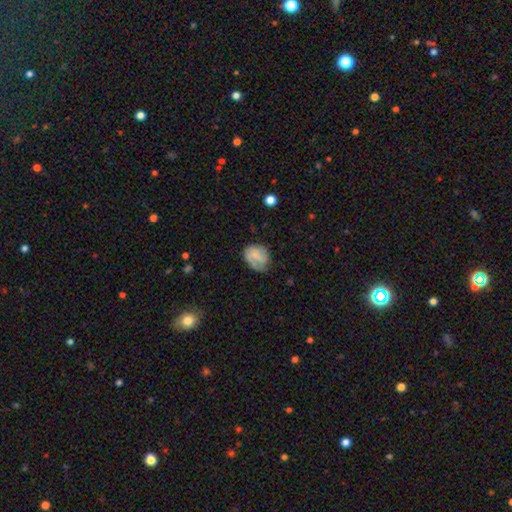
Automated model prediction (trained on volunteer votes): Smooth or featured?
  - smooth: 62% *
  - featured or disk: 29%
  - star or artifact: 8%
How rounded?
  - in between: 53% *
  - round: 46%
  - cigar-shaped: 1%
Merging?
  - none: 52% *
  - minor disturbance: 30%
  - major disturbance: 16%
  - merger: 2%